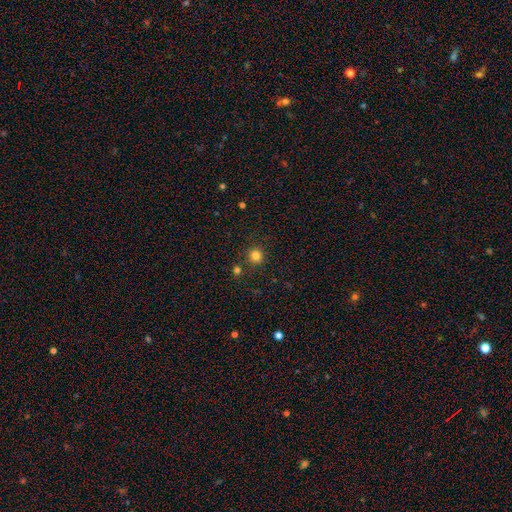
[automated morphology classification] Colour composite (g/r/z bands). It shows a smooth galaxy with no disk features (81%) that is round (94%). Merging: none (87%).